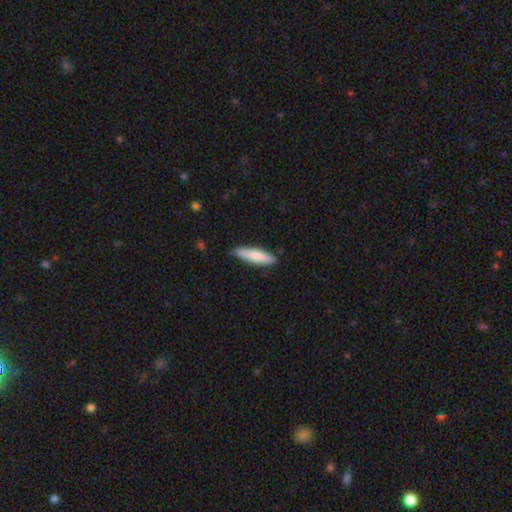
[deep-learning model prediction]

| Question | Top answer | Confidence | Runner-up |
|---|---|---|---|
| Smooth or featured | smooth | 74% | featured or disk (21%) |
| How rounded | cigar-shaped | 77% | in between (21%) |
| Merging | none | 84% | minor disturbance (13%) |